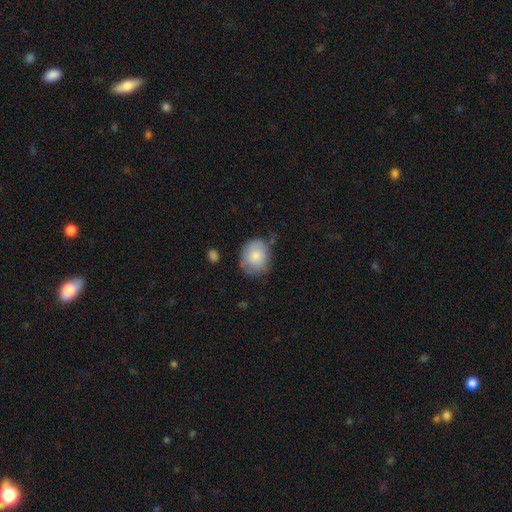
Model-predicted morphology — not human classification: A smooth galaxy with no disk features (80%) that is round (64%). Merging: none (61%).